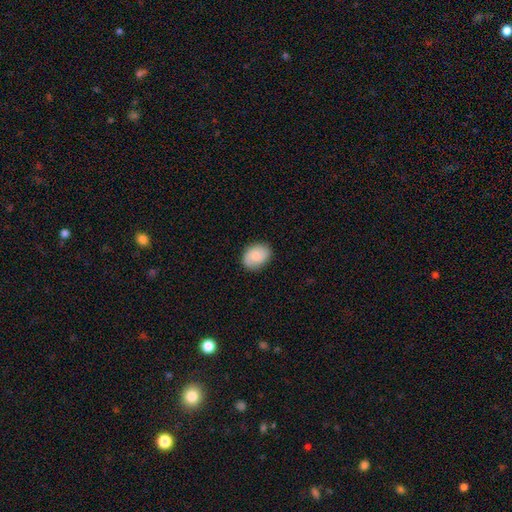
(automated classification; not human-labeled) Morphology: type=smooth (77%); roundness=in between (67%); merging=none (84%).